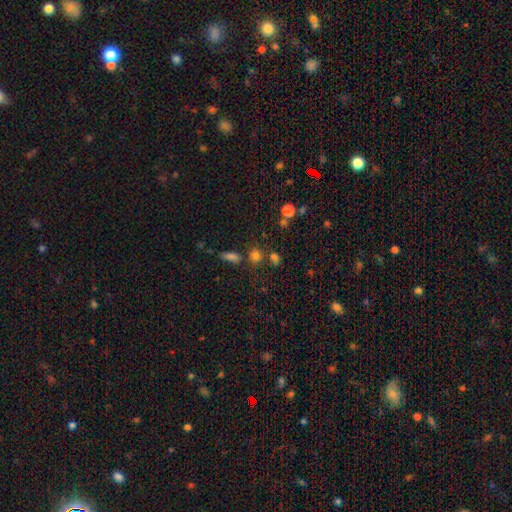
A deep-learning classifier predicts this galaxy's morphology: Smooth or featured: smooth — 73% (star or artifact — 20%)
How rounded: round — 75% (in between — 22%)
Merging: none — 67% (merger — 17%)